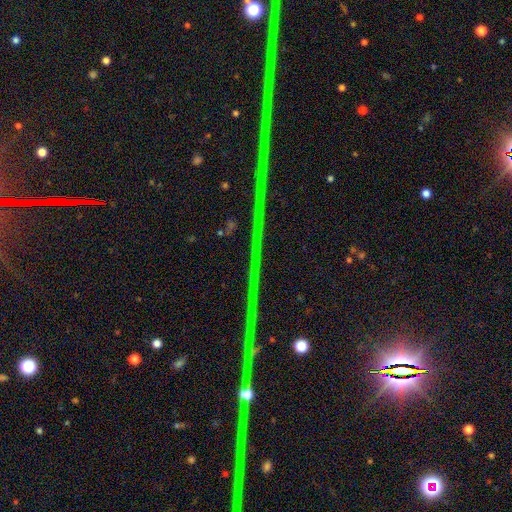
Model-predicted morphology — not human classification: smooth_or_featured: star or artifact (p=0.88) [alt: featured or disk p=0.07]